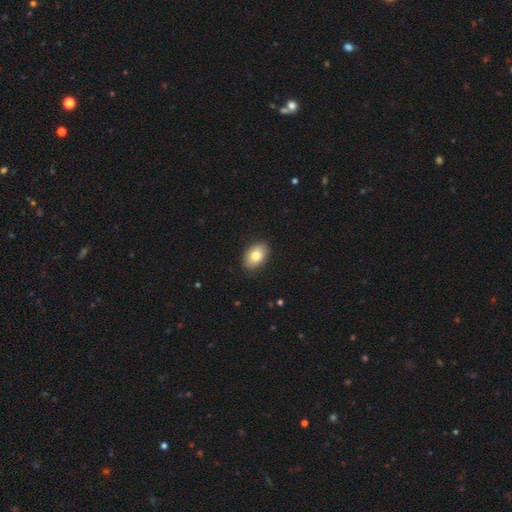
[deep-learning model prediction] Smooth or featured? Predicted: smooth (p=0.80). How rounded? Predicted: in between (p=0.87). Merging? Predicted: none (p=0.87).